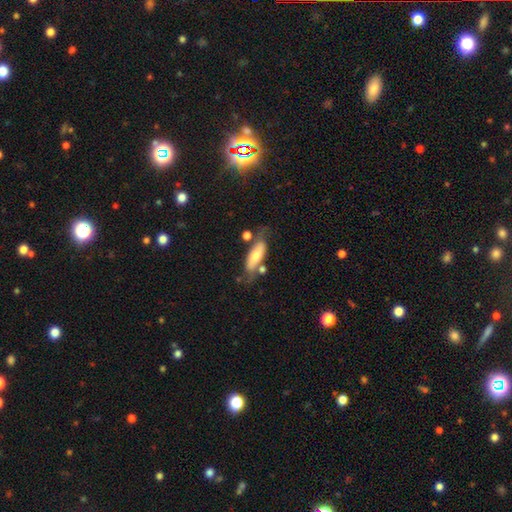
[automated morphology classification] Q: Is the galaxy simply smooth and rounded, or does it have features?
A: smooth — 59%.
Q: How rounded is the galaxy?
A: in between — 62%.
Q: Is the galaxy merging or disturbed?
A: none — 54%.